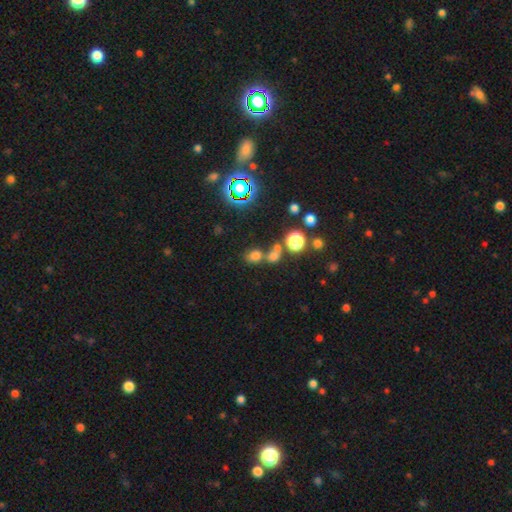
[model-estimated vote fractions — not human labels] Smooth or featured? smooth (64%)
How rounded? round (64%)
Merging? none (49%)